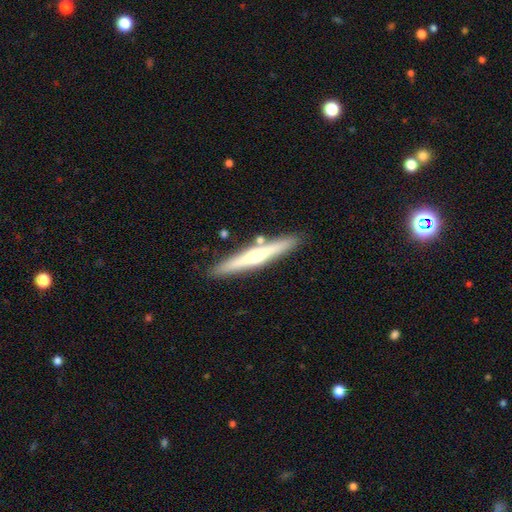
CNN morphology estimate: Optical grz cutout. It shows a featured or disk galaxy (63%) viewed edge-on (97%) with a rounded central bulge (78%). Merging: none (88%).